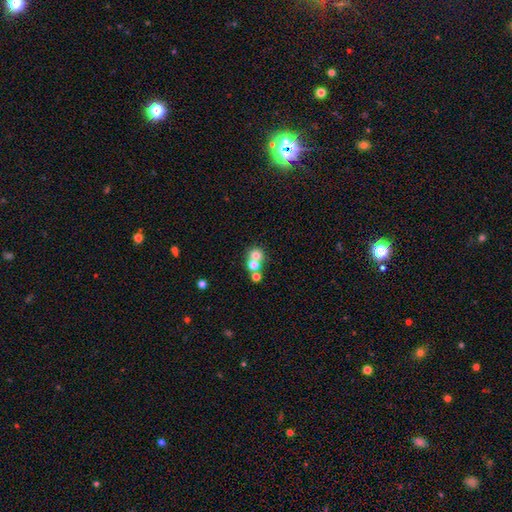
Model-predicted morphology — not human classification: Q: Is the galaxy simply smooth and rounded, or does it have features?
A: smooth — 66%.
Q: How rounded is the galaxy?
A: round — 80%.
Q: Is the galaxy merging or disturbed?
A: merger — 54%.